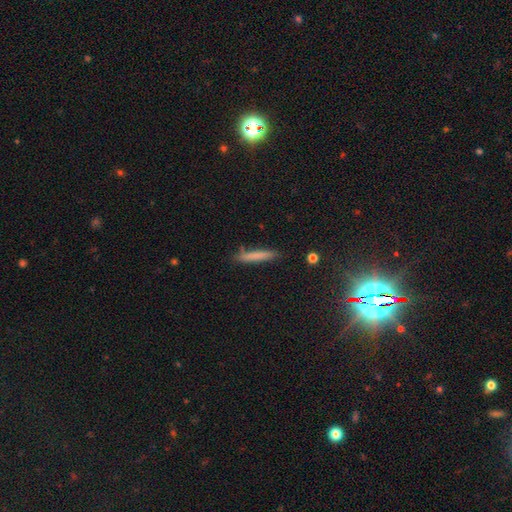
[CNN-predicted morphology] type=smooth (74%); roundness=cigar-shaped (94%); merging=none (82%).